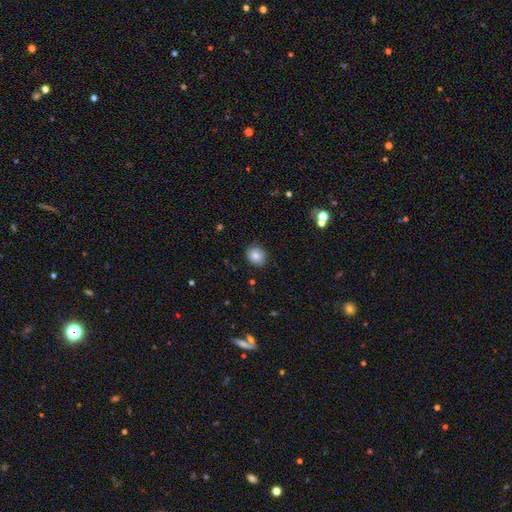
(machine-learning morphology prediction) This is clearly a smooth galaxy (83%). How rounded: likely round (71%). Merging: clearly none (85%).